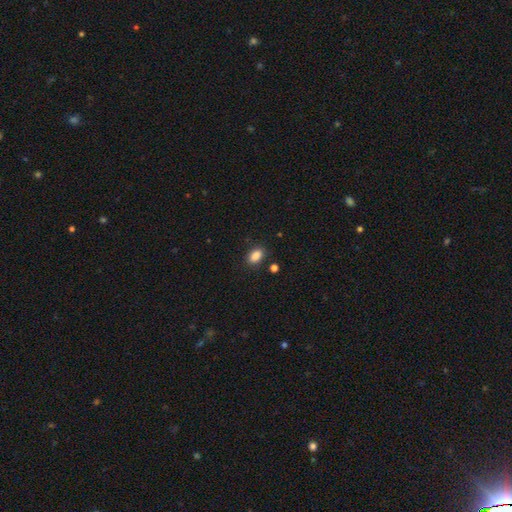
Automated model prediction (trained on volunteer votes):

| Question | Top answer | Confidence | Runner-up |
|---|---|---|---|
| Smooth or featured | smooth | 87% | star or artifact (9%) |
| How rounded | in between | 87% | round (11%) |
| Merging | none | 85% | minor disturbance (10%) |